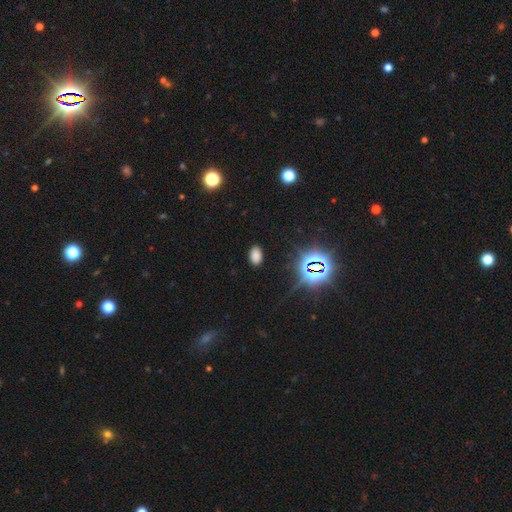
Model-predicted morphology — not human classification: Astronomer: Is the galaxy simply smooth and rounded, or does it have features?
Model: smooth — 72%.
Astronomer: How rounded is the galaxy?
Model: in between — 91%.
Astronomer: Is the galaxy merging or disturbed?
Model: none — 87%.